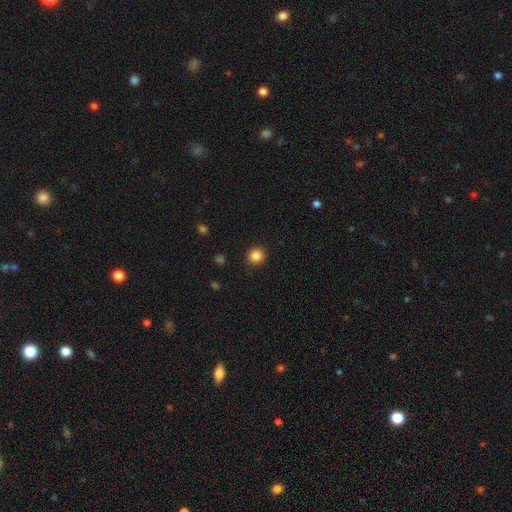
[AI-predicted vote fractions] smooth-or-featured: smooth: 86% | star or artifact: 11% | featured or disk: 3%
  how-rounded: round: 92% | in between: 7% | cigar-shaped: 1%
  merging: none: 91% | minor disturbance: 6% | major disturbance: 2% | merger: 1%